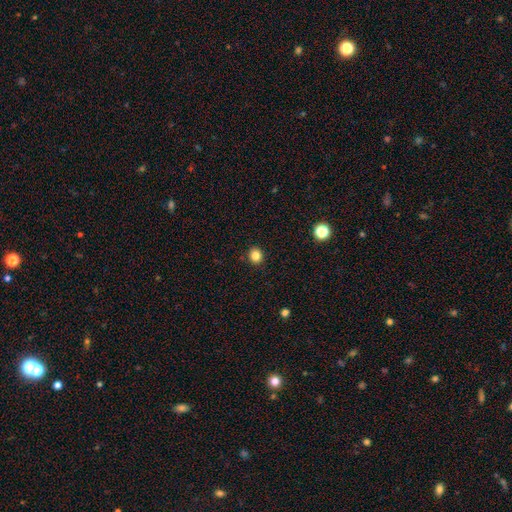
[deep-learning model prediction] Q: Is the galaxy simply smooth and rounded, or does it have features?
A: smooth — 83%.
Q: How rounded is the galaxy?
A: round — 84%.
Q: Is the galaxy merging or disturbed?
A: none — 92%.